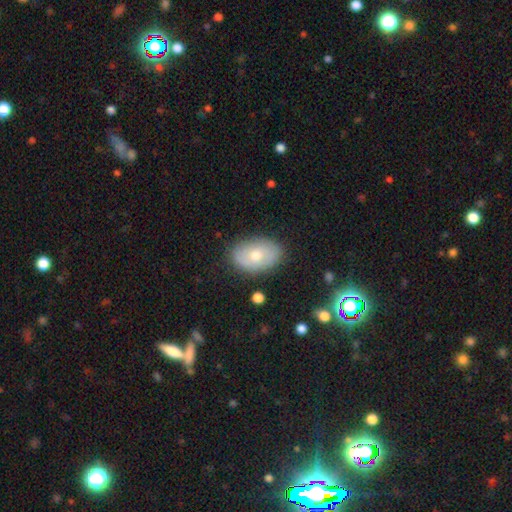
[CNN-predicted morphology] Overall: smooth (60%; featured or disk 31%). How rounded: in between (86%). Merging: none (83%).